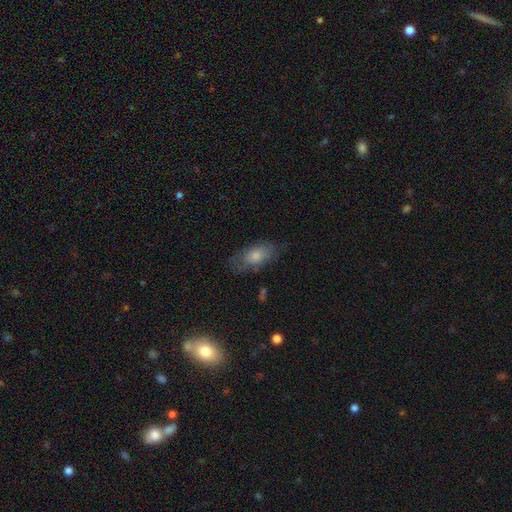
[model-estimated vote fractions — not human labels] This appears to be a smooth galaxy with no disk features (67%) that is in between round and cigar-shaped (88%). Merging: none (66%).